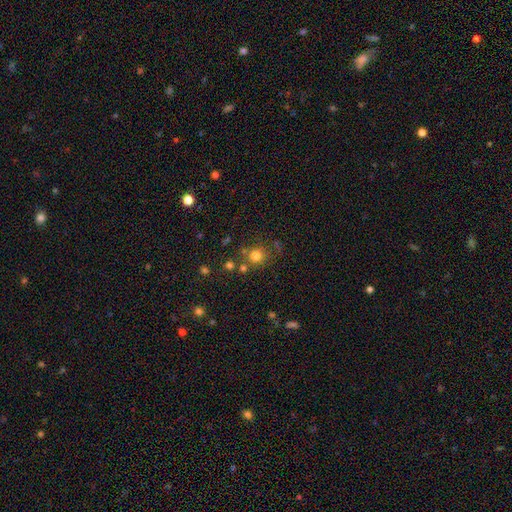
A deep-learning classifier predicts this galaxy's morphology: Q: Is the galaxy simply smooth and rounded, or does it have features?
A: smooth — 77%.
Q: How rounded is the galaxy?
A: round — 86%.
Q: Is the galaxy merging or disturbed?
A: none — 71%.